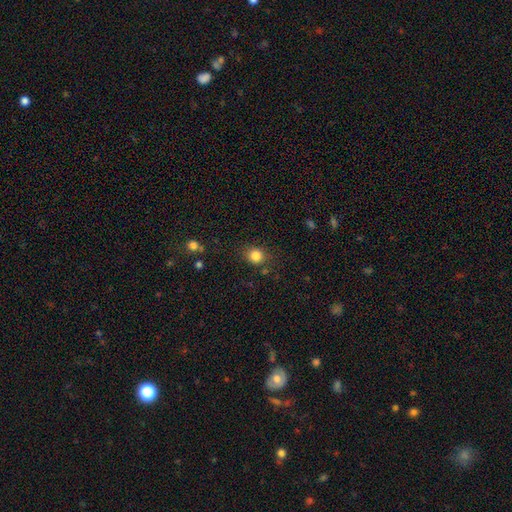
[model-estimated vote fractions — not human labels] smooth-or-featured: smooth: 84% | star or artifact: 11% | featured or disk: 5%
  how-rounded: round: 77% | in between: 22% | cigar-shaped: 1%
  merging: none: 80% | minor disturbance: 13% | major disturbance: 4% | merger: 3%